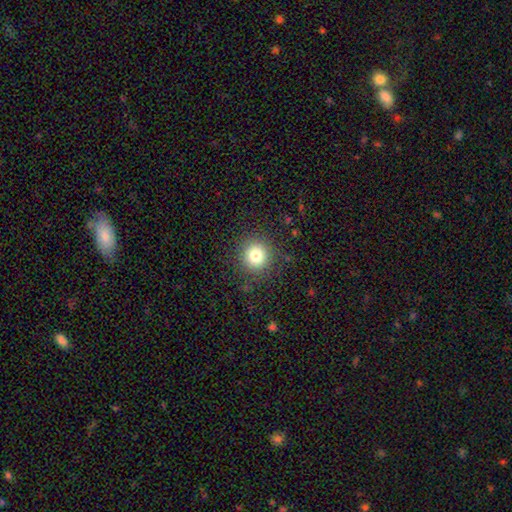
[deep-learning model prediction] smooth-or-featured: smooth: 79% | star or artifact: 13% | featured or disk: 8%
  how-rounded: round: 93% | in between: 6% | cigar-shaped: 1%
  merging: none: 88% | minor disturbance: 7% | major disturbance: 3% | merger: 1%